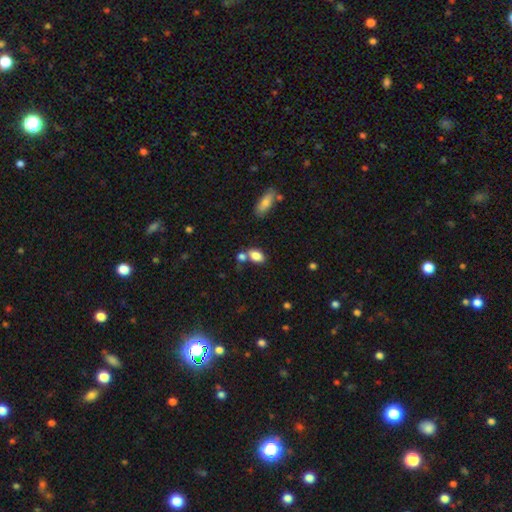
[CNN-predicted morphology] Smooth or featured: smooth — 84% (star or artifact — 9%)
How rounded: in between — 88% (round — 8%)
Merging: none — 53% (merger — 28%)